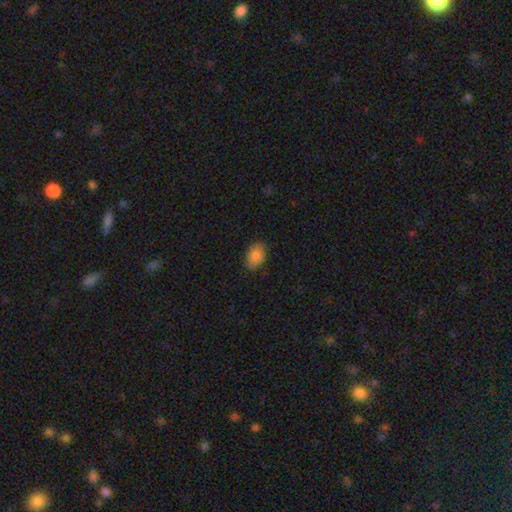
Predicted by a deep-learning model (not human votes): This is clearly a smooth galaxy (85%). How rounded: clearly in between (87%). Merging: clearly none (83%).